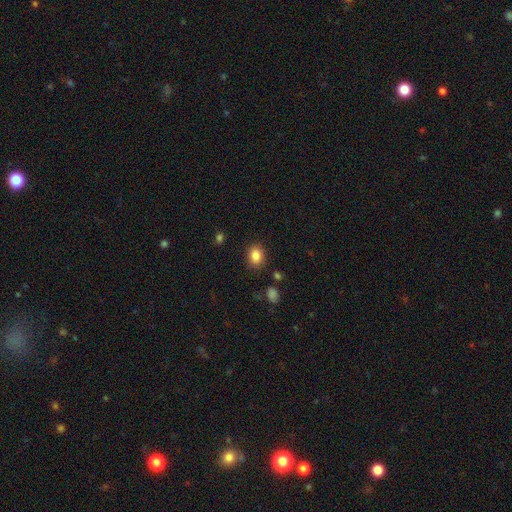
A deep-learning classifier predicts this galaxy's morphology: Smooth or featured? Predicted: smooth (p=0.85). How rounded? Predicted: in between (p=0.58). Merging? Predicted: none (p=0.85).